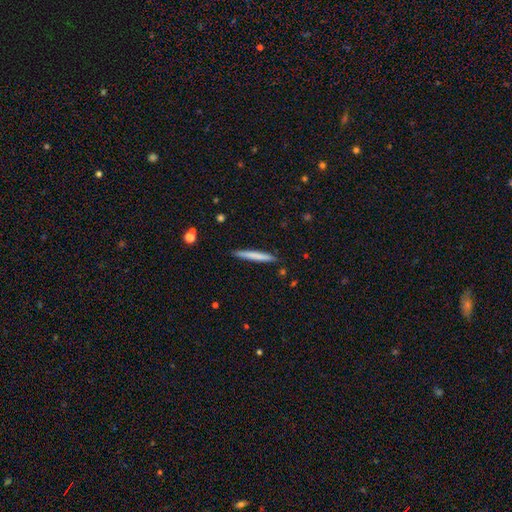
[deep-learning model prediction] The model was most divided on "smooth or featured": smooth: 71%, featured or disk: 24%, star or artifact: 5%. More confident: how rounded — cigar-shaped (96%); merging — none (90%).